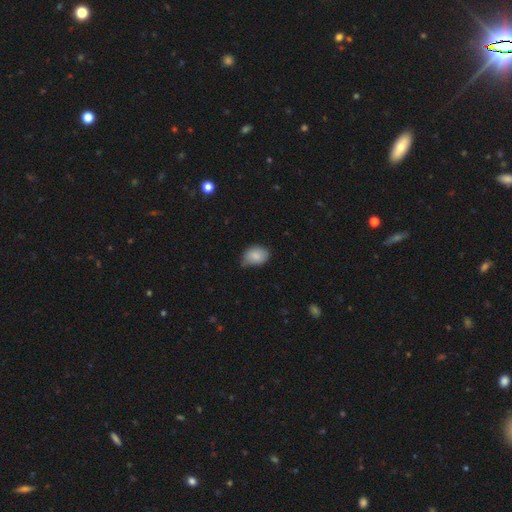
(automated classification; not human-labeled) This is clearly a smooth galaxy (83%). How rounded: likely in between (73%). Merging: possibly none (55%).